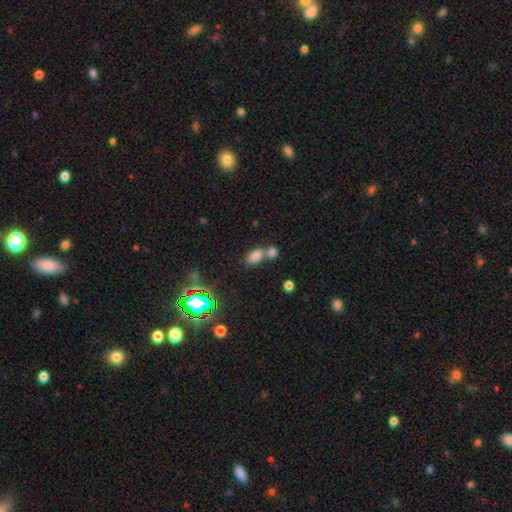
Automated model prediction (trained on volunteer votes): Overall: smooth (74%). How rounded: in between (84%). Merging: merger (50%; none 39%).